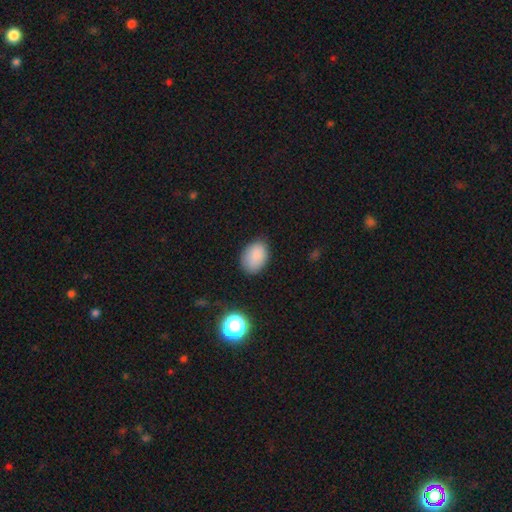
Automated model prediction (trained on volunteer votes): Morphology: type=smooth (86%); roundness=in between (78%); merging=none (81%).